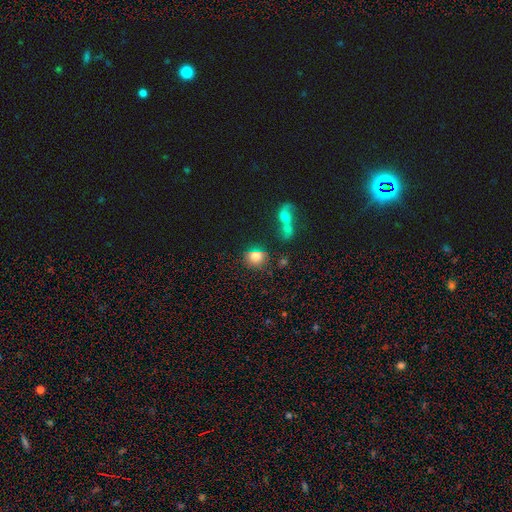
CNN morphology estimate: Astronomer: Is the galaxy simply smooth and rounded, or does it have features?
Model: smooth — 78%.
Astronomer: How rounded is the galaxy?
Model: round — 70%.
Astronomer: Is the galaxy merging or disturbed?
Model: none — 65%.